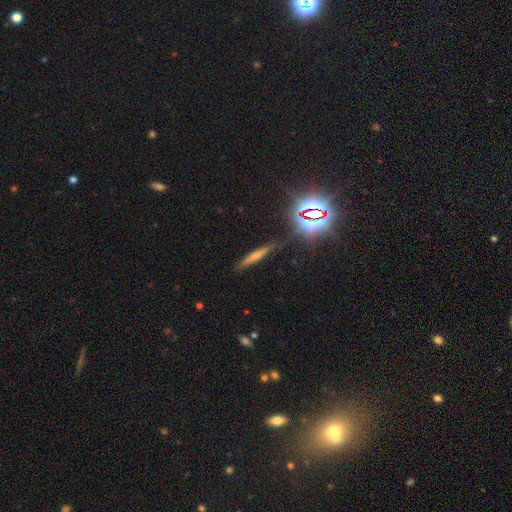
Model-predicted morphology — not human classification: Overall: featured or disk (37%; smooth 36%). Merging: none (85%).